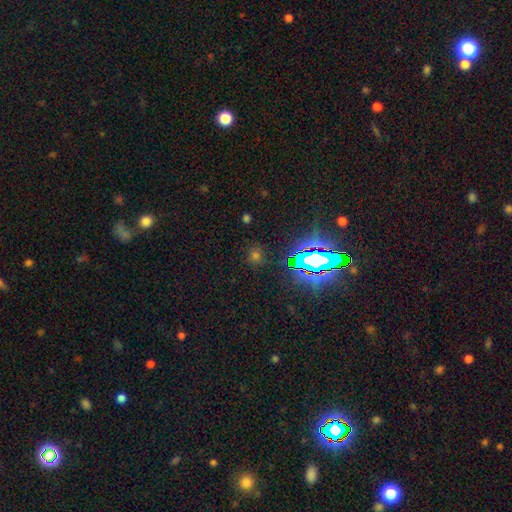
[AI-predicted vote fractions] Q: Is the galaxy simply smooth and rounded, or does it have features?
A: star or artifact — 47%.